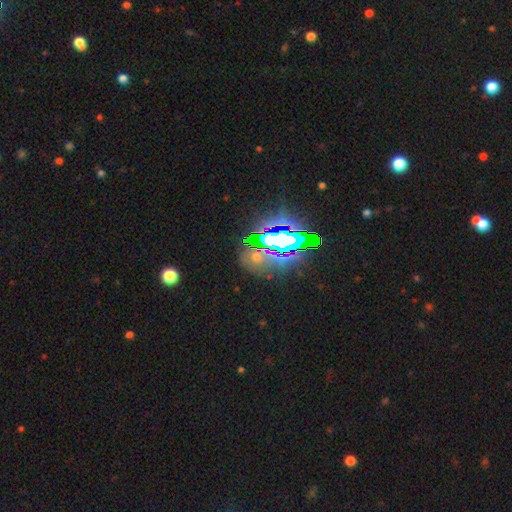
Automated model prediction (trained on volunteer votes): Smooth or featured: star or artifact — 64% (featured or disk — 18%)